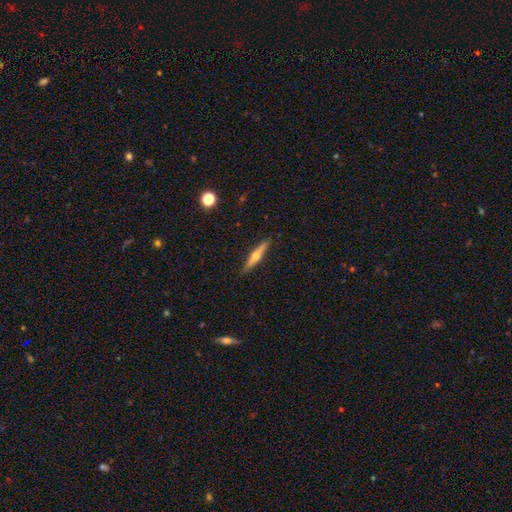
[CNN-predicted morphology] Q: Smooth or featured?
A: featured or disk (64%); runner-up: smooth (30%)
Q: Edge-on disk?
A: yes (97%); runner-up: no (3%)
Q: Edge-on bulge?
A: rounded (91%); runner-up: none (4%)
Q: Merging?
A: none (90%); runner-up: minor disturbance (8%)